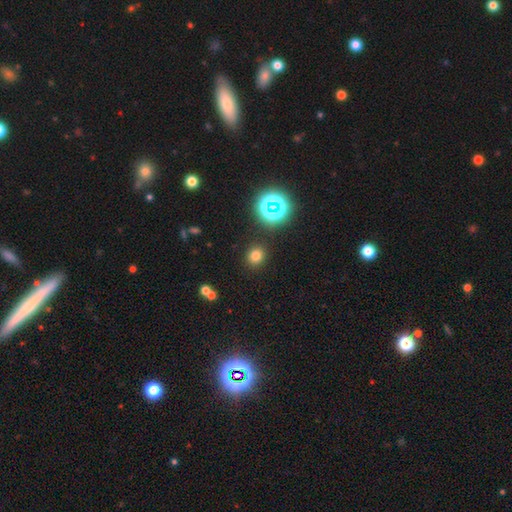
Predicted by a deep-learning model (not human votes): This appears to be a smooth galaxy with no disk features (74%) that is round (76%). Merging: none (89%).